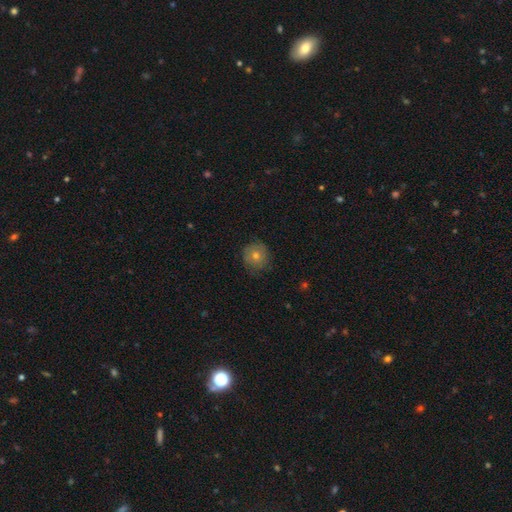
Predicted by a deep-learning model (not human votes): Smooth or featured? smooth (55%)
How rounded? round (92%)
Merging? none (82%)